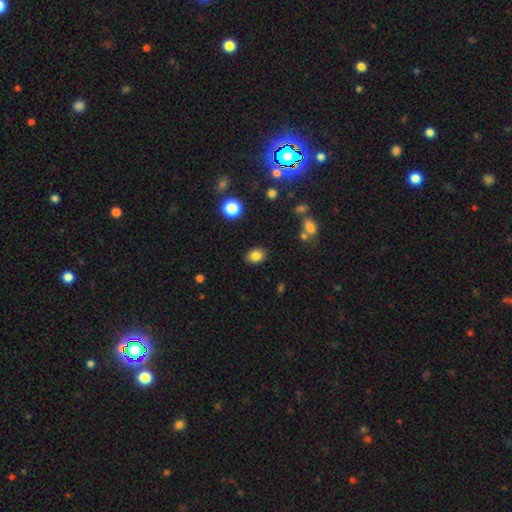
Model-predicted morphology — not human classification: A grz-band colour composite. It shows a smooth galaxy with no disk features (83%) that is in between round and cigar-shaped (62%). Merging: none (87%).